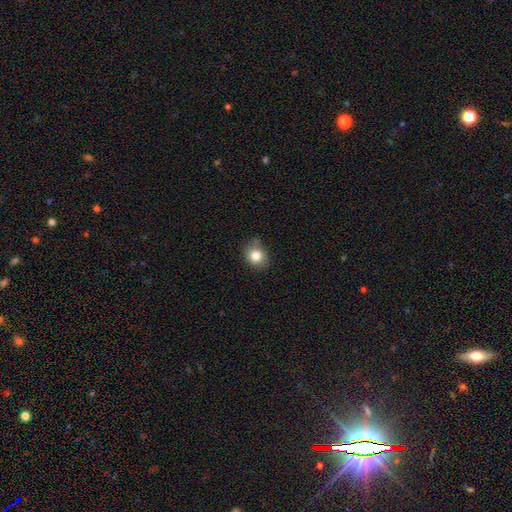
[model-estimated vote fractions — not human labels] This appears to be a smooth galaxy with no disk features (82%) that is round (67%). Merging: none (73%).